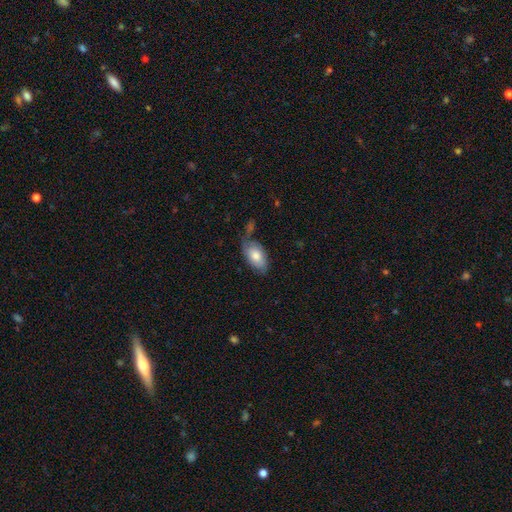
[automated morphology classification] Overall: smooth (76%). How rounded: in between (94%). Merging: none (58%; minor disturbance 25%).